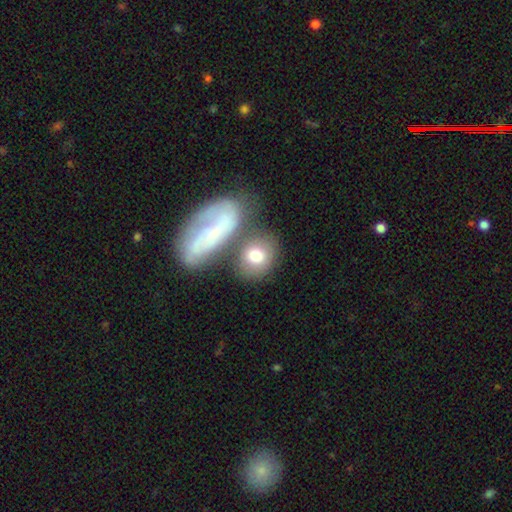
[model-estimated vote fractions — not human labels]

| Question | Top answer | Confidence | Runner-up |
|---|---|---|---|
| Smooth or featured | smooth | 72% | featured or disk (20%) |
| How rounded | round | 68% | in between (29%) |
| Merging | none | 56% | merger (24%) |